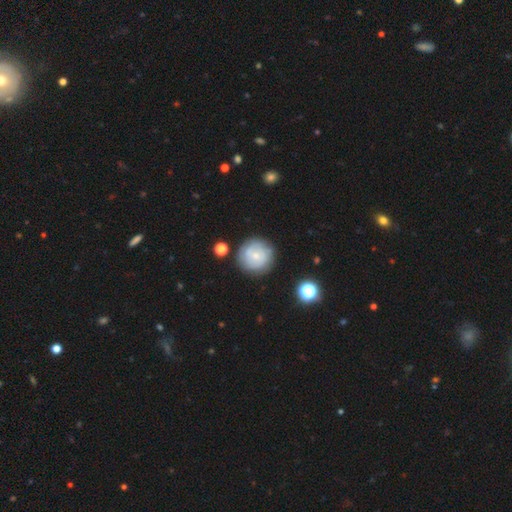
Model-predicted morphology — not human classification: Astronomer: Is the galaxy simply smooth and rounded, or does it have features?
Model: smooth — 49% (runner-up: featured or disk, 42%).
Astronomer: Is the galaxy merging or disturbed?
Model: none — 79%.